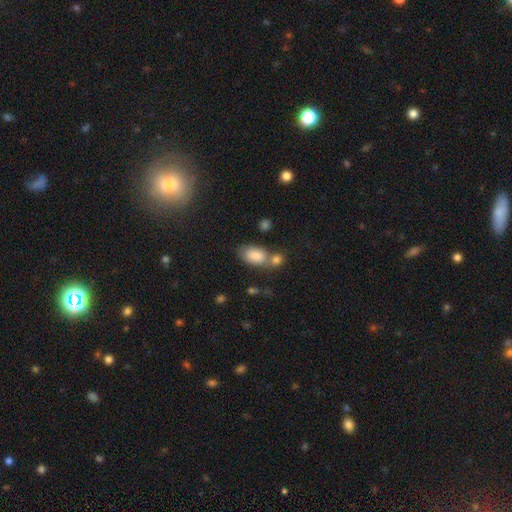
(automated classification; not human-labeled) Smooth or featured: smooth — 84% (featured or disk — 9%)
How rounded: in between — 90% (round — 8%)
Merging: none — 45% (merger — 35%)